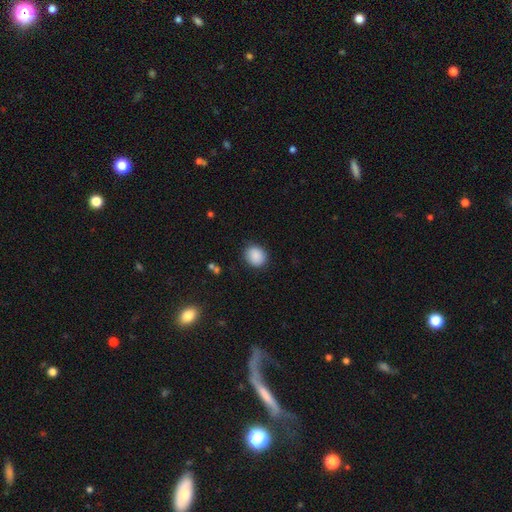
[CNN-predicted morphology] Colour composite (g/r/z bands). It shows a smooth galaxy with no disk features (88%) that is round (70%). Merging: none (85%).